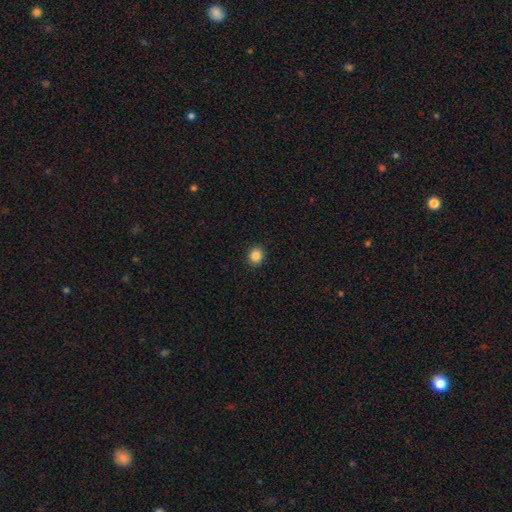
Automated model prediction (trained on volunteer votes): The model was most divided on "how rounded": round: 84%, in between: 15%, cigar-shaped: 1%. More confident: merging — none (92%); smooth or featured — smooth (86%).